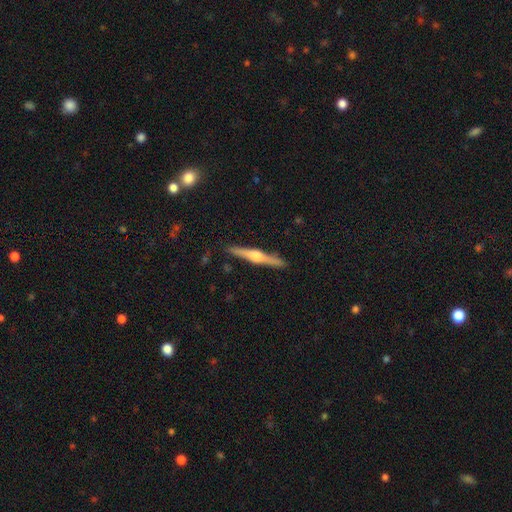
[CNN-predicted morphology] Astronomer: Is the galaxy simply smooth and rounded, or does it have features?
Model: featured or disk — 75%.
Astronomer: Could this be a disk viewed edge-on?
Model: yes — 98%.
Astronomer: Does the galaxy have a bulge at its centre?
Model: rounded — 91%.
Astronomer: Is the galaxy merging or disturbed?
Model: none — 91%.